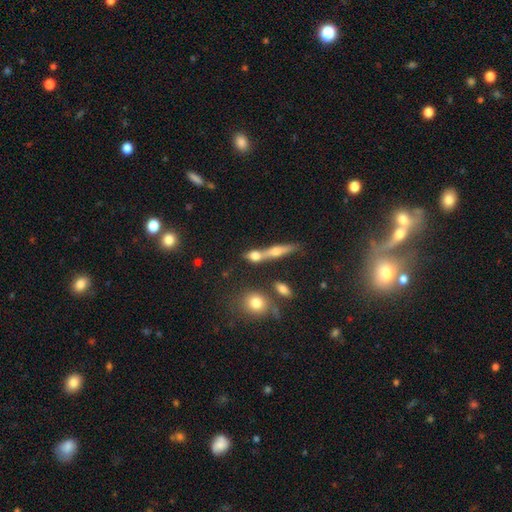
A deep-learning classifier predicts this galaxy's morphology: Smooth or featured? Predicted: smooth (p=0.57). How rounded? Predicted: in between (p=0.40). Merging? Predicted: none (p=0.45).